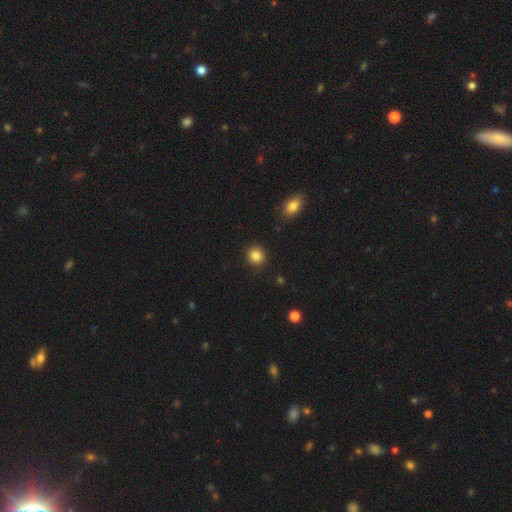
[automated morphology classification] A smooth galaxy with no disk features (86%) that is round (89%).

Vote fractions:
- Smooth or featured? smooth: 86% / star or artifact: 10% / featured or disk: 4%
- How rounded? round: 89% / in between: 10% / cigar-shaped: 1%
- Merging? none: 91% / minor disturbance: 6% / major disturbance: 2% / merger: 1%